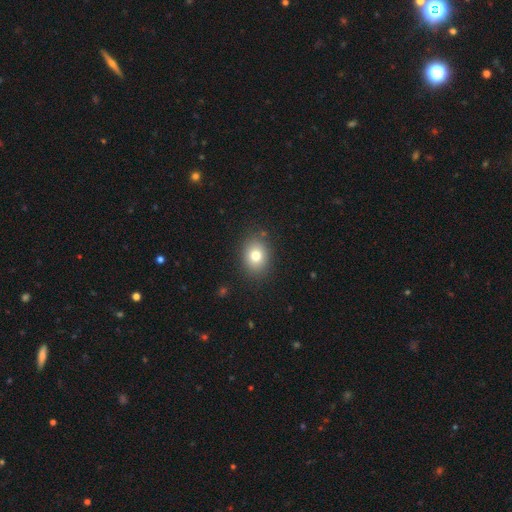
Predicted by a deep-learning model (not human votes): A smooth galaxy with no disk features (78%) that is round (50%).

Vote fractions:
- Smooth or featured? smooth: 78% / star or artifact: 12% / featured or disk: 11%
- How rounded? round: 50% / in between: 49% / cigar-shaped: 1%
- Merging? none: 86% / minor disturbance: 10% / major disturbance: 3% / merger: 1%